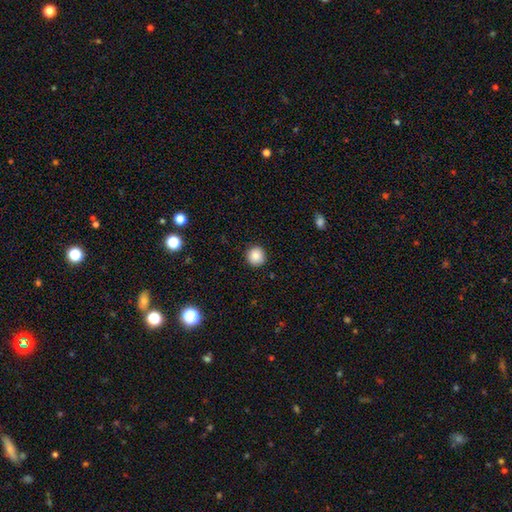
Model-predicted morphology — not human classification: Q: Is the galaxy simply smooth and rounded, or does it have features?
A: smooth — 86%.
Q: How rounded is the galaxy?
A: round — 94%.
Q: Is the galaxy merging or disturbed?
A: none — 91%.